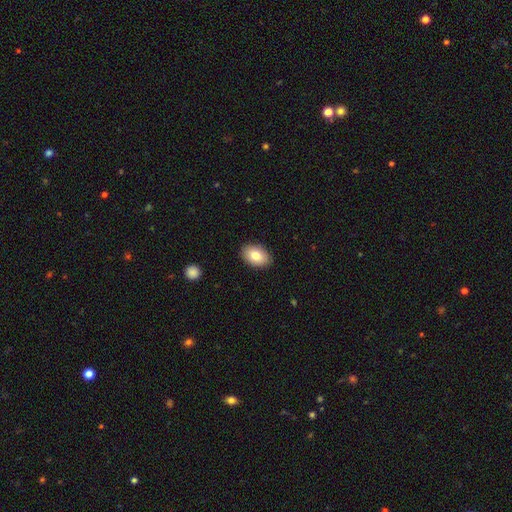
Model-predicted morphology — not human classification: Smooth or featured? smooth (80%)
How rounded? in between (88%)
Merging? none (89%)